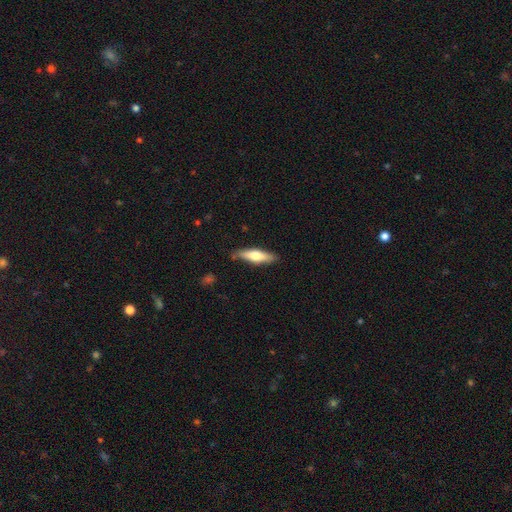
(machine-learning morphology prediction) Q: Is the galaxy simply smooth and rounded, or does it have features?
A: smooth — 57%.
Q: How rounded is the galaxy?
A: cigar-shaped — 67%.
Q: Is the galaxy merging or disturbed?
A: none — 82%.